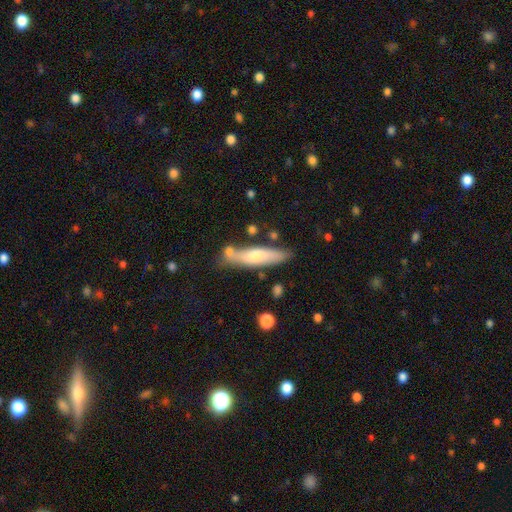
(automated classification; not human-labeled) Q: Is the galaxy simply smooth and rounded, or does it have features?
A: smooth — 60%.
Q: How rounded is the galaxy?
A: cigar-shaped — 76%.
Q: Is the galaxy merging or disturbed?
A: none — 67%.